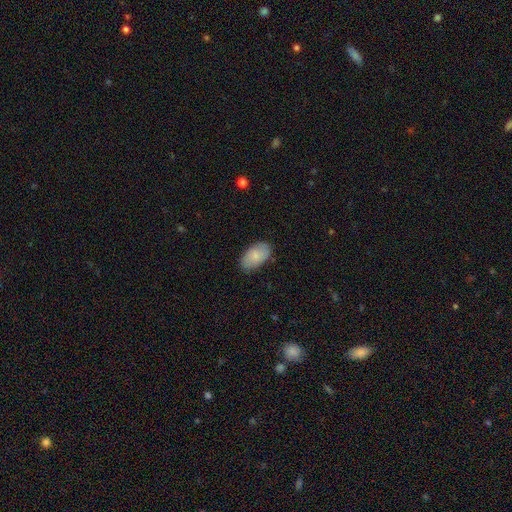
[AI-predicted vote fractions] Smooth or featured? Predicted: smooth (p=0.81). How rounded? Predicted: in between (p=0.95). Merging? Predicted: none (p=0.81).